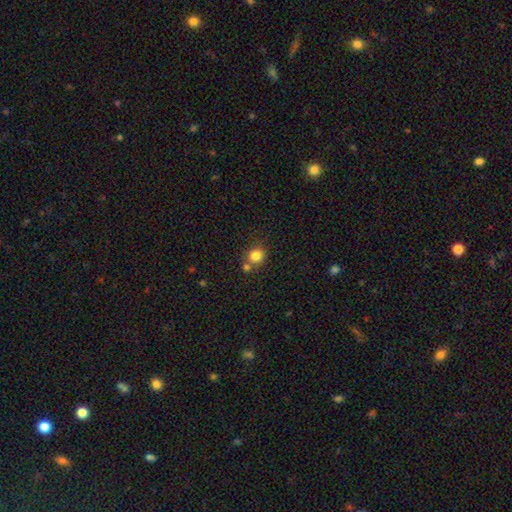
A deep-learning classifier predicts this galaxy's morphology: Smooth or featured? smooth (82%)
How rounded? round (79%)
Merging? none (63%)